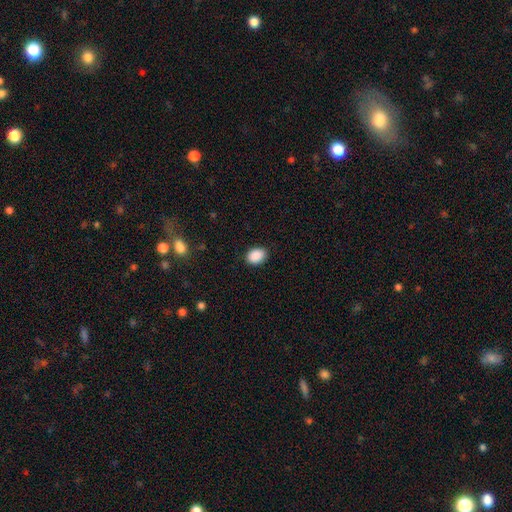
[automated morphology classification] A smooth galaxy with no disk features (90%) that is in between round and cigar-shaped (74%).

Vote fractions:
- Smooth or featured? smooth: 90% / star or artifact: 8% / featured or disk: 3%
- How rounded? in between: 74% / round: 25% / cigar-shaped: 1%
- Merging? none: 87% / minor disturbance: 10% / major disturbance: 2% / merger: 1%